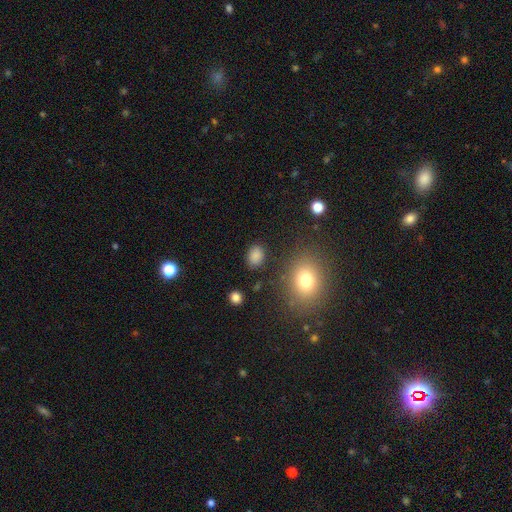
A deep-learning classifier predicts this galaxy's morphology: A smooth galaxy with no disk features (84%) that is in between round and cigar-shaped (68%). Merging: none (83%).